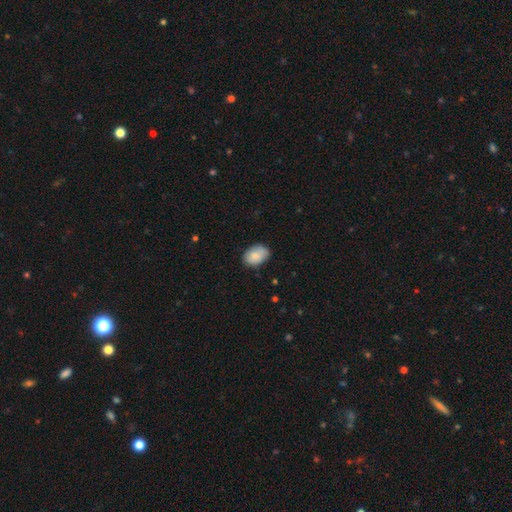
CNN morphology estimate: This appears to be a smooth galaxy with no disk features (82%) that is in between round and cigar-shaped (81%). Merging: none (75%).